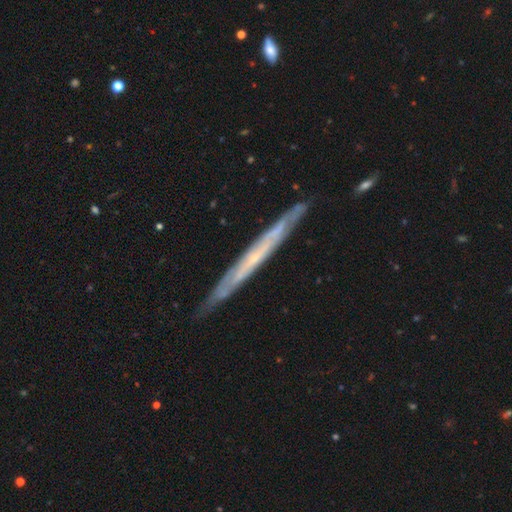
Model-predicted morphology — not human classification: The model was most divided on "smooth or featured": featured or disk: 73%, smooth: 21%, star or artifact: 6%. More confident: edge-on disk — yes (89%); merging — none (86%); edge-on bulge — none (75%).